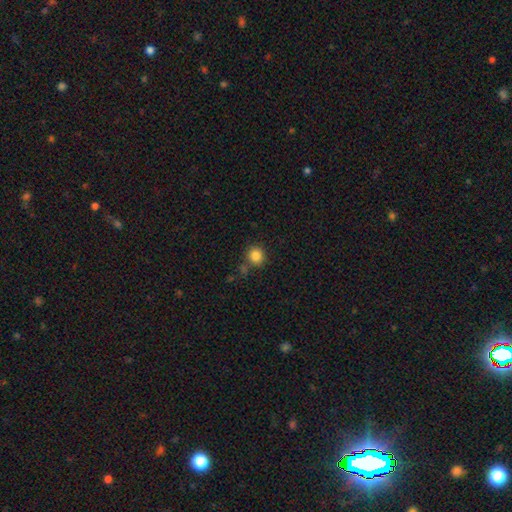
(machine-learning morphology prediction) A smooth galaxy with no disk features (84%) that is round (90%). Merging: none (78%).